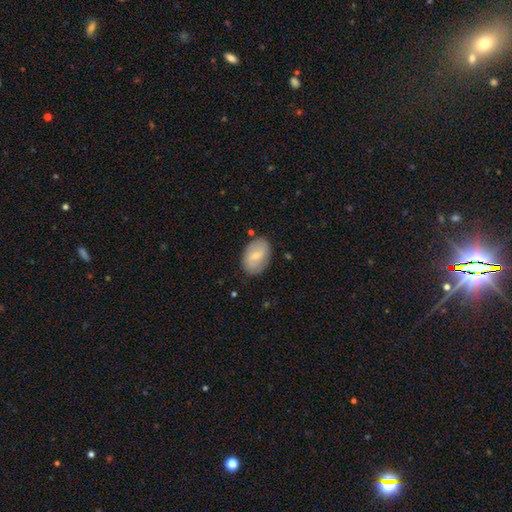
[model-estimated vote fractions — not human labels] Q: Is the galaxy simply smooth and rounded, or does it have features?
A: smooth — 59%.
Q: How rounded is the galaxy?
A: in between — 86%.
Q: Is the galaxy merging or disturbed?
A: none — 80%.